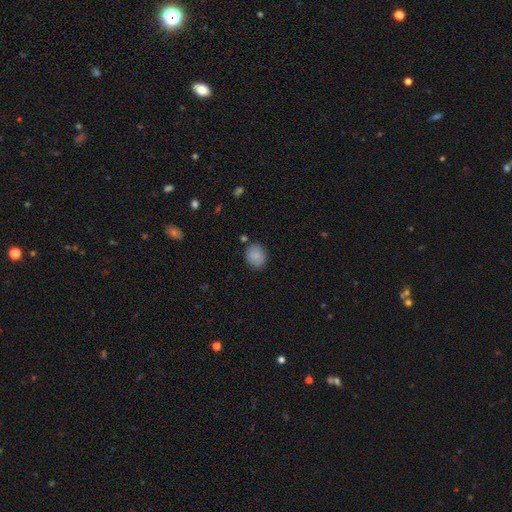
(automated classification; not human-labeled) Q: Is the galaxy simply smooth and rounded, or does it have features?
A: smooth — 86%.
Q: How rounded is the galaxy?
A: round — 50%.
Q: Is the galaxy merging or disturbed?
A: none — 81%.